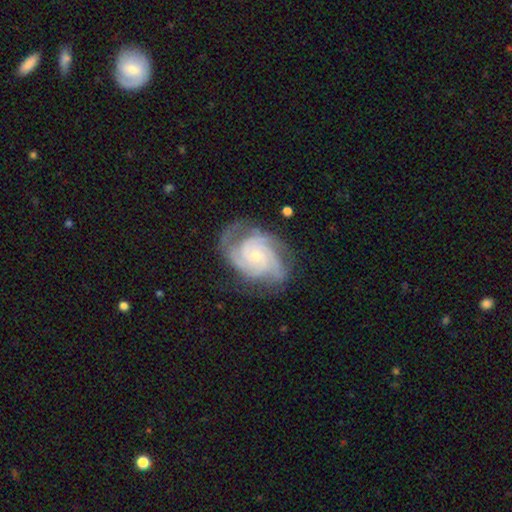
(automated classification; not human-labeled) Smooth or featured: featured or disk — 91% (smooth — 5%)
Edge-on disk: no — 98% (yes — 2%)
Bar: no — 74% (weak — 22%)
Spiral arms: yes — 98% (no — 2%)
Spiral winding: tight — 64% (medium — 32%)
Spiral arm count: 3 — 47% (4 — 22%)
Bulge size: small — 71% (moderate — 25%)
Merging: none — 71% (minor disturbance — 19%)